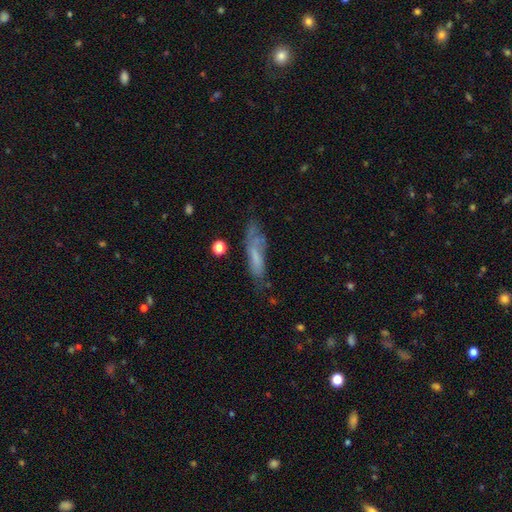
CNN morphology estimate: Smooth or featured? smooth (52%)
How rounded? cigar-shaped (70%)
Merging? none (55%)